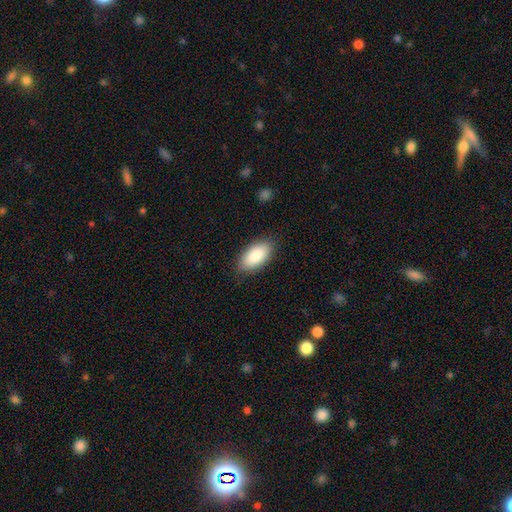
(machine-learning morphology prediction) A smooth galaxy with no disk features (89%) that is in between round and cigar-shaped (93%). Merging: none (86%).